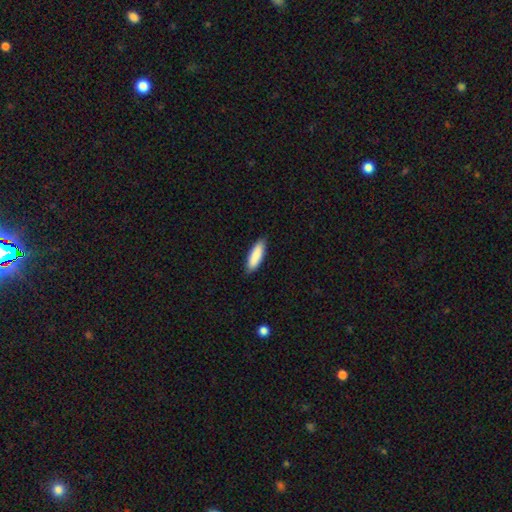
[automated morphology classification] Overall: smooth (88%). How rounded: cigar-shaped (52%; in between 47%). Merging: none (88%).